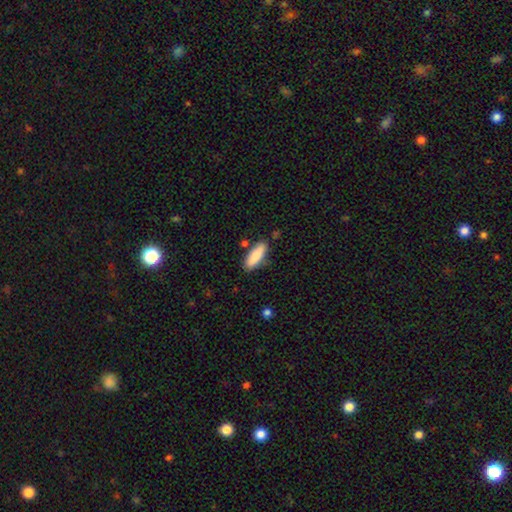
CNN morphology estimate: Smooth or featured: smooth — 85% (featured or disk — 9%)
How rounded: in between — 58% (cigar-shaped — 40%)
Merging: none — 82% (minor disturbance — 12%)